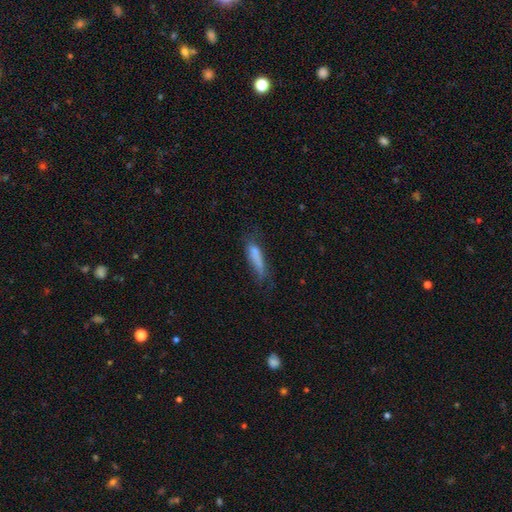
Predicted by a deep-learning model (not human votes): smooth 69%, featured or disk 20%, star or artifact 10%. Down the decision tree: how rounded — cigar-shaped (73%); merging — none (47%).